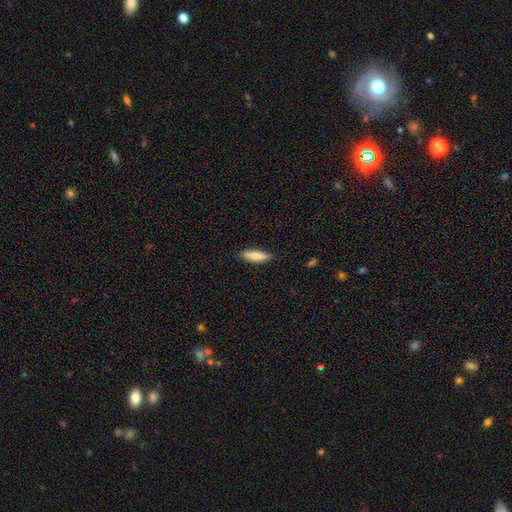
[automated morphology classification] This is likely a smooth galaxy (79%). How rounded: likely cigar-shaped (63%). Merging: clearly none (86%).